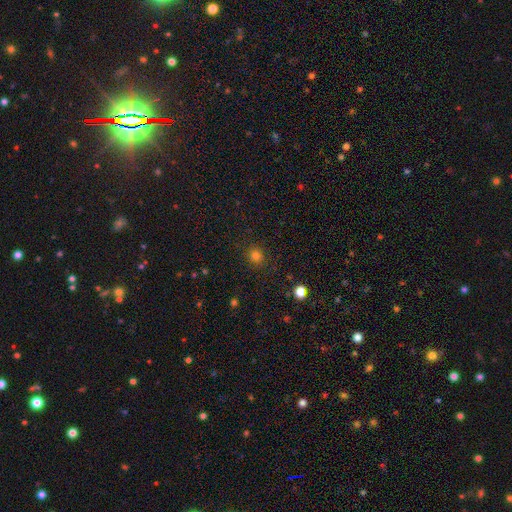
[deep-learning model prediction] Smooth or featured?
  - smooth: 80% *
  - star or artifact: 16%
  - featured or disk: 4%
How rounded?
  - round: 87% *
  - in between: 12%
  - cigar-shaped: 1%
Merging?
  - none: 87% *
  - minor disturbance: 9%
  - major disturbance: 3%
  - merger: 1%